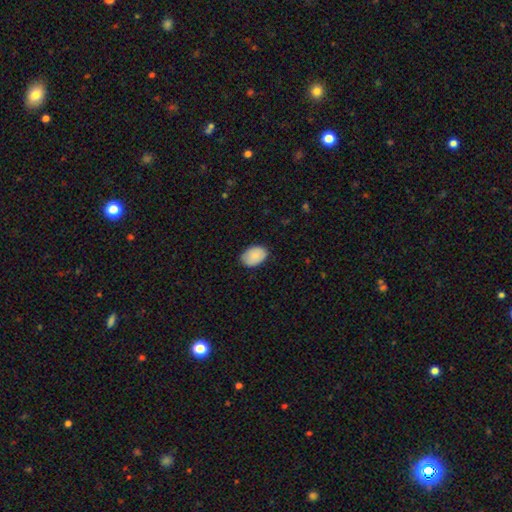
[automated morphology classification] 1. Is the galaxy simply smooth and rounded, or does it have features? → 85% smooth, 9% featured or disk, 6% star or artifact.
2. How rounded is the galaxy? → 85% in between, 14% round, 1% cigar-shaped.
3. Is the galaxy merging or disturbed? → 82% none, 15% minor disturbance, 2% major disturbance, 1% merger.